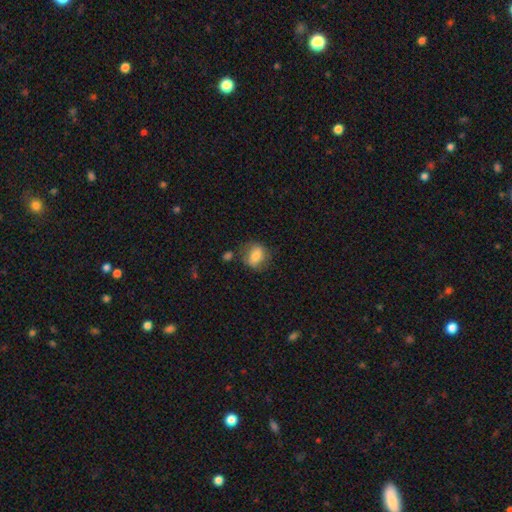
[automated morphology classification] Smooth or featured? Predicted: smooth (p=0.72). How rounded? Predicted: in between (p=0.53). Merging? Predicted: none (p=0.66).